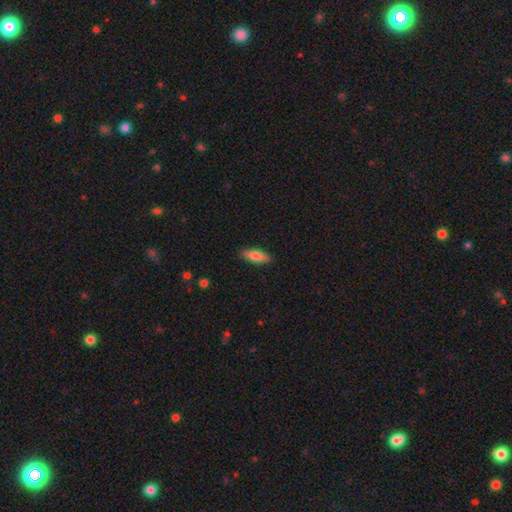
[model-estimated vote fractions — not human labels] Smooth or featured?
  - smooth: 80% *
  - featured or disk: 14%
  - star or artifact: 6%
How rounded?
  - in between: 70% *
  - cigar-shaped: 28%
  - round: 2%
Merging?
  - none: 88% *
  - minor disturbance: 9%
  - major disturbance: 2%
  - merger: 1%